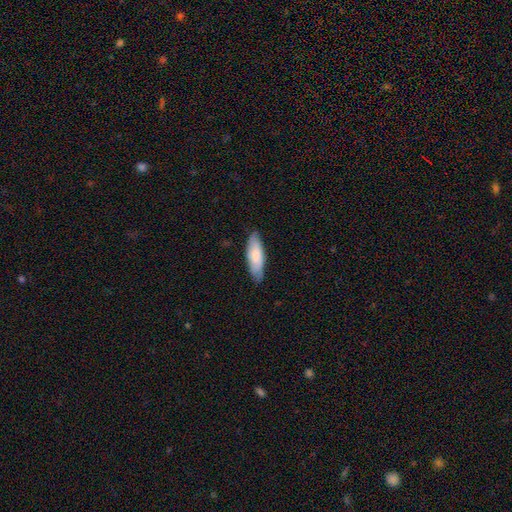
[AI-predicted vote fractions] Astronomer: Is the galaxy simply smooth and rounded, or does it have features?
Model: smooth — 75%.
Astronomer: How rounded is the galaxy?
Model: in between — 55% (runner-up: cigar-shaped, 43%).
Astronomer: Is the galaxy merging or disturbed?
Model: none — 80%.